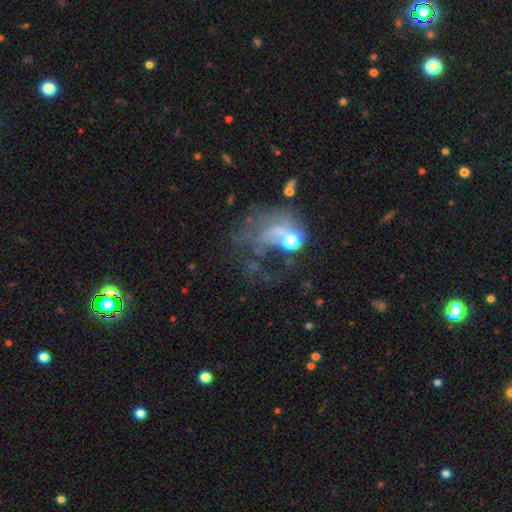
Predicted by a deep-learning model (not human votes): A featured or disk galaxy (49%).

Vote fractions:
- Smooth or featured? featured or disk: 49% / star or artifact: 29% / smooth: 22%
- Merging? major disturbance: 50% / none: 27% / minor disturbance: 13% / merger: 9%